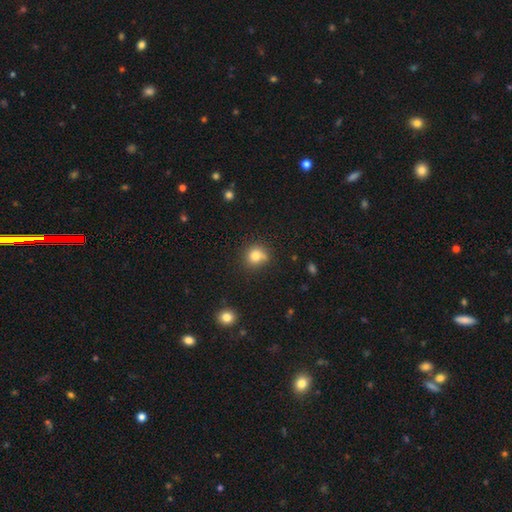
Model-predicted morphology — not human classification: Q: Smooth or featured?
A: smooth (80%); runner-up: star or artifact (12%)
Q: How rounded?
A: round (83%); runner-up: in between (16%)
Q: Merging?
A: none (65%); runner-up: minor disturbance (20%)